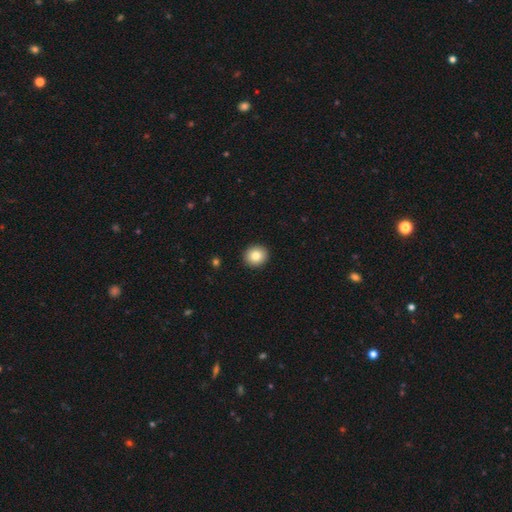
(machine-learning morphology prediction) Overall: smooth (84%). How rounded: round (84%). Merging: none (92%).